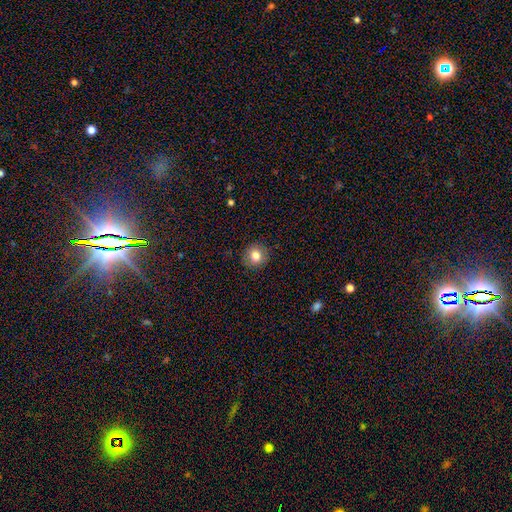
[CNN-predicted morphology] A smooth galaxy with no disk features (81%) that is round (89%). Merging: none (89%).